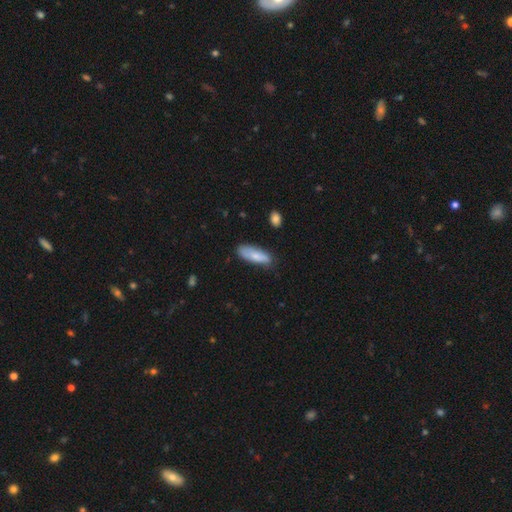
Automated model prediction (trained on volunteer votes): A smooth galaxy with no disk features (74%) that is in between round and cigar-shaped (60%). Merging: none (70%).